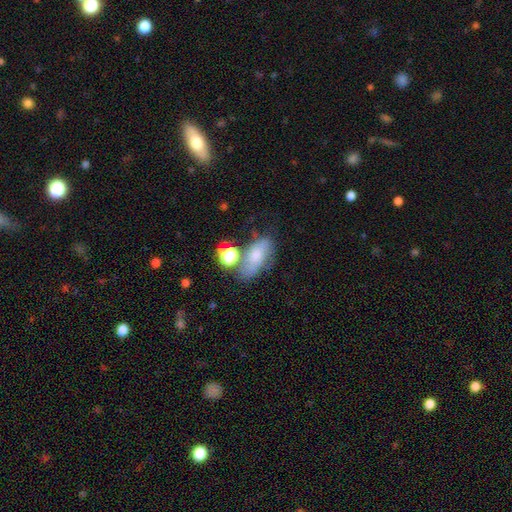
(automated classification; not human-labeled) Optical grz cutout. It shows a smooth galaxy with no disk features (60%) that is in between round and cigar-shaped (81%). Merging: none (44%).